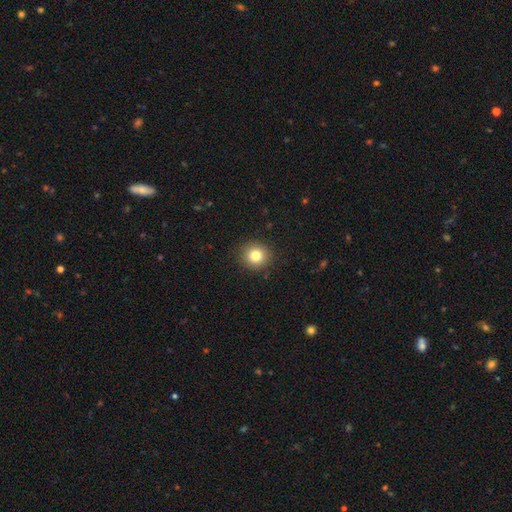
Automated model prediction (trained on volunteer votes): Morphology: type=smooth (81%); roundness=round (91%); merging=none (90%).